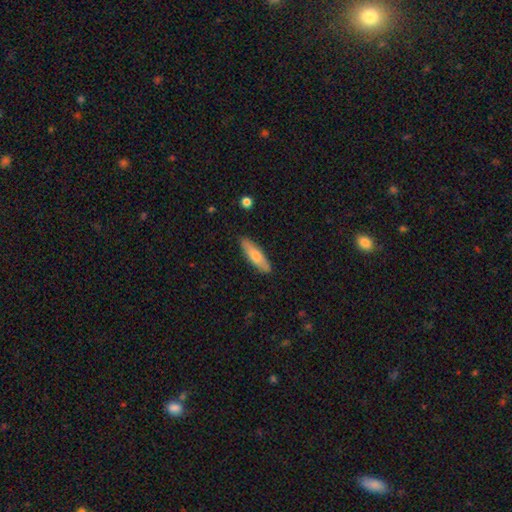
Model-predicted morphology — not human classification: Smooth or featured?
  - smooth: 71% *
  - featured or disk: 23%
  - star or artifact: 5%
How rounded?
  - cigar-shaped: 62% *
  - in between: 36%
  - round: 2%
Merging?
  - none: 88% *
  - minor disturbance: 9%
  - major disturbance: 2%
  - merger: 1%